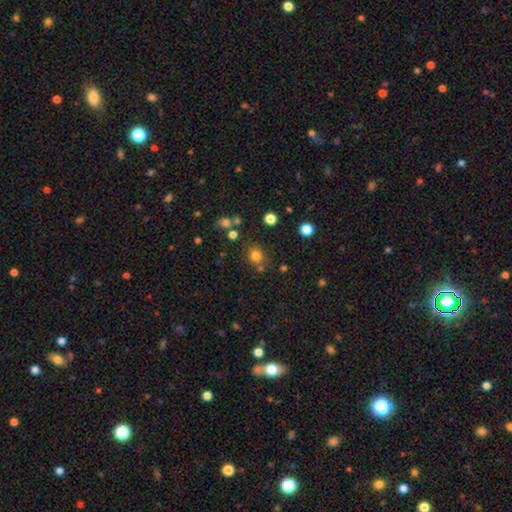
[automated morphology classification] Smooth or featured: smooth — 78% (star or artifact — 16%)
How rounded: round — 86% (in between — 13%)
Merging: none — 74% (merger — 11%)